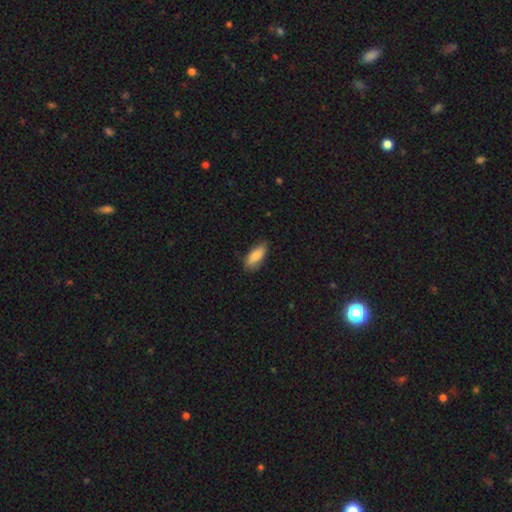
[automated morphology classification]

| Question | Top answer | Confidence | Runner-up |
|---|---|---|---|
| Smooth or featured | smooth | 84% | featured or disk (9%) |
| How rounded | in between | 78% | cigar-shaped (20%) |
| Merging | none | 80% | minor disturbance (17%) |